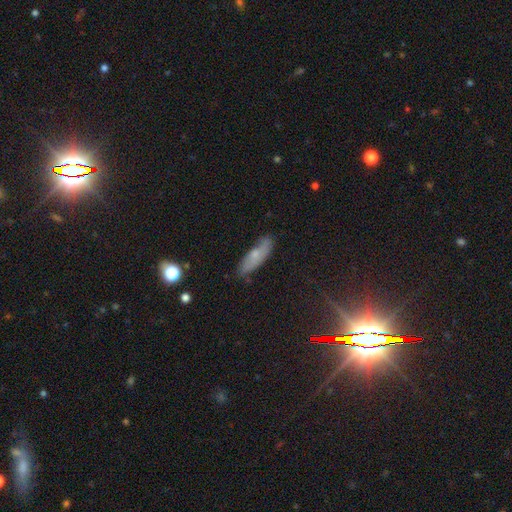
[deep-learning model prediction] Overall: smooth (56%; featured or disk 34%). How rounded: cigar-shaped (53%; in between 44%). Merging: none (73%).